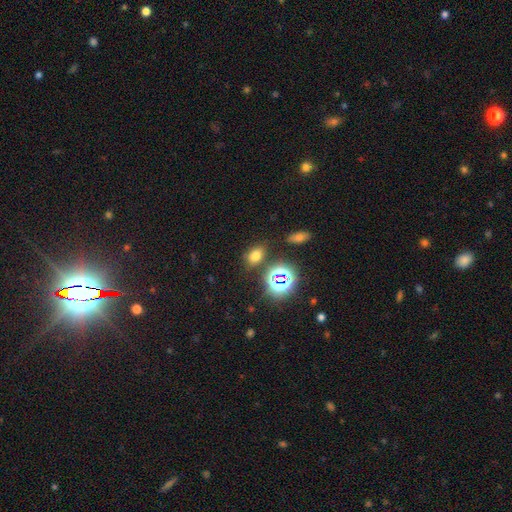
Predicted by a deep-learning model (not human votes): smooth-or-featured: smooth: 65% | star or artifact: 27% | featured or disk: 8%
  how-rounded: in between: 75% | round: 23% | cigar-shaped: 2%
  merging: none: 79% | minor disturbance: 11% | merger: 6% | major disturbance: 4%